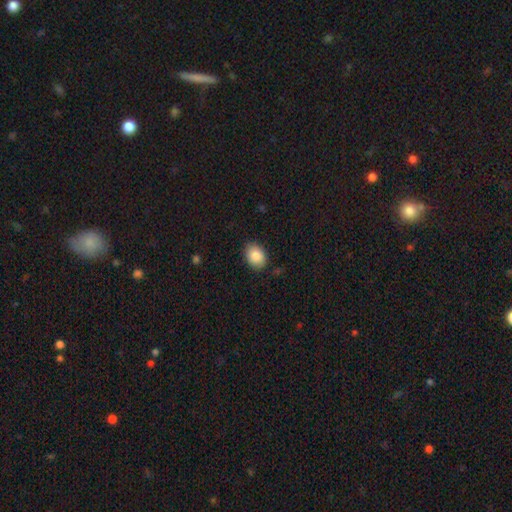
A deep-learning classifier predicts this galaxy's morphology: smooth_or_featured: smooth (p=0.85) [alt: star or artifact p=0.08]
how_rounded: in between (p=0.62) [alt: round p=0.37]
merging: none (p=0.87) [alt: minor disturbance p=0.10]